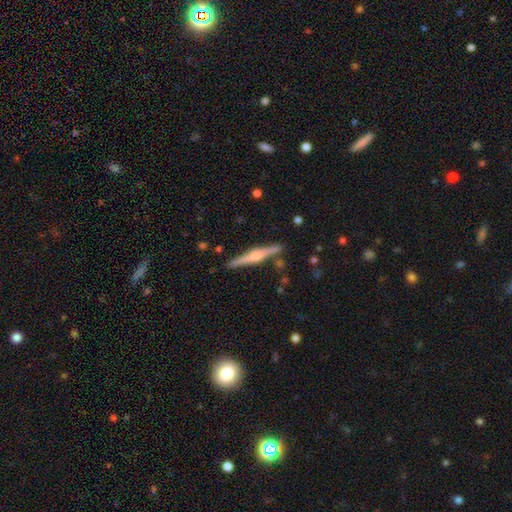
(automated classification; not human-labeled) The model was most divided on "smooth or featured": featured or disk: 77%, smooth: 17%, star or artifact: 6%. More confident: edge-on disk — yes (98%); merging — none (89%); edge-on bulge — rounded (82%).